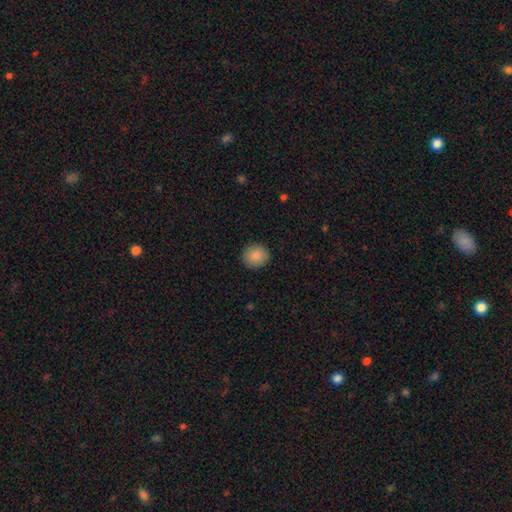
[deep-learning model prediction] This appears to be a smooth galaxy with no disk features (88%) that is round (88%). Merging: none (91%).